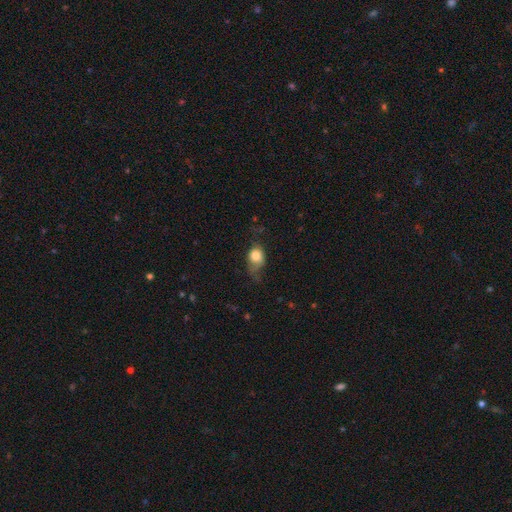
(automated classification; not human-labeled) This is likely a smooth galaxy (77%). How rounded: possibly in between (54%). Merging: marginally none (37%).